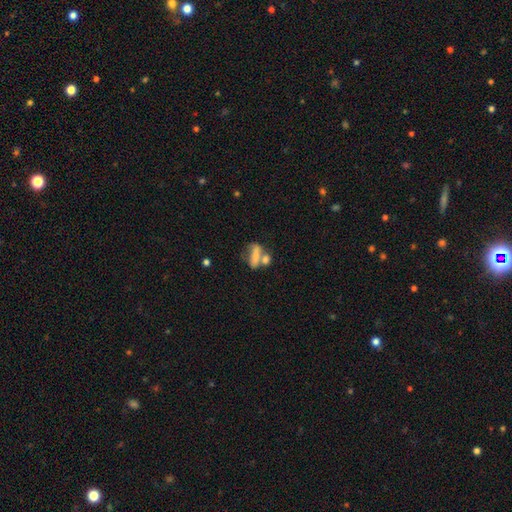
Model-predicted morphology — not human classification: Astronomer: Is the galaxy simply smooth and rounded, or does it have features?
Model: smooth — 63%.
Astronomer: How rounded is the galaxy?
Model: in between — 64%.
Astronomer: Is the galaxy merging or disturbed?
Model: merger — 46% (runner-up: none, 28%).